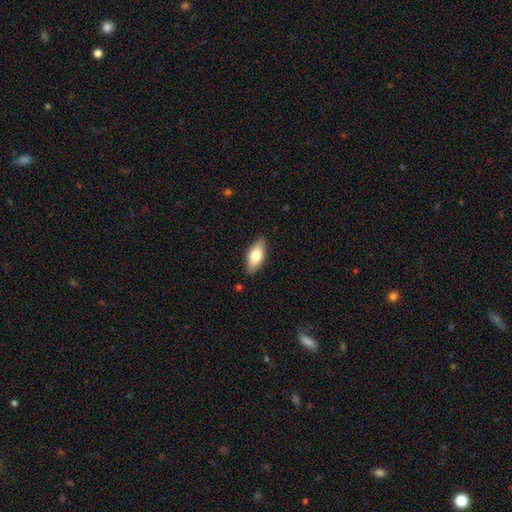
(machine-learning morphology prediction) This is likely a smooth galaxy (73%). How rounded: clearly in between (83%). Merging: clearly none (86%).